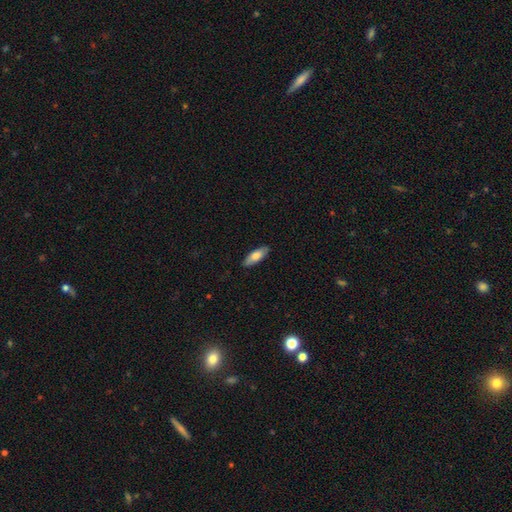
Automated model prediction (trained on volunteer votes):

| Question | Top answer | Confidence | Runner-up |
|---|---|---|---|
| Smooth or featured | smooth | 75% | featured or disk (19%) |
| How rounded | in between | 65% | cigar-shaped (33%) |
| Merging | none | 88% | minor disturbance (9%) |